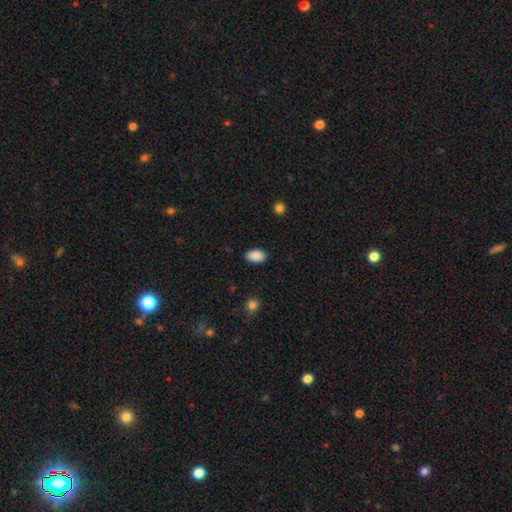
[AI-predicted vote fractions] Q: Smooth or featured?
A: smooth (89%); runner-up: star or artifact (7%)
Q: How rounded?
A: in between (93%); runner-up: round (5%)
Q: Merging?
A: none (86%); runner-up: minor disturbance (10%)